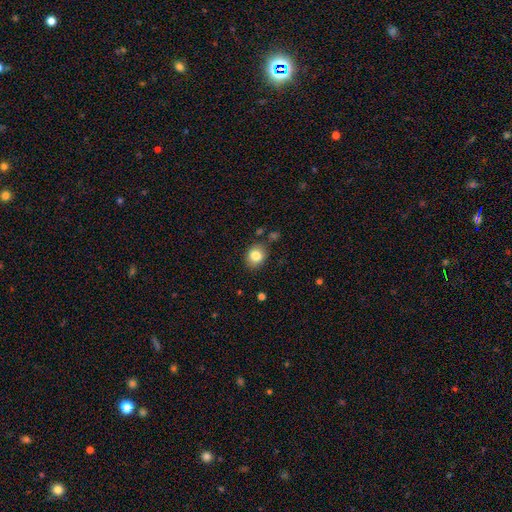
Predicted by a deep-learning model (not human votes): Smooth or featured?
  - smooth: 83% *
  - star or artifact: 10%
  - featured or disk: 8%
How rounded?
  - round: 65% *
  - in between: 34%
  - cigar-shaped: 1%
Merging?
  - none: 82% *
  - minor disturbance: 12%
  - merger: 3%
  - major disturbance: 3%